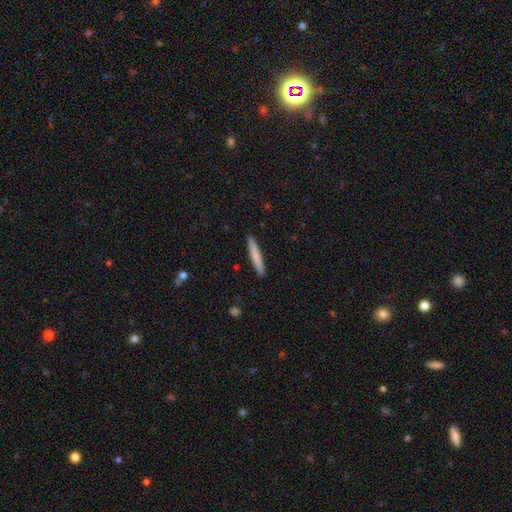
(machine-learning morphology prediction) smooth_or_featured: smooth (p=0.76) [alt: featured or disk p=0.18]
how_rounded: cigar-shaped (p=0.95) [alt: in between p=0.04]
merging: none (p=0.92) [alt: minor disturbance p=0.06]